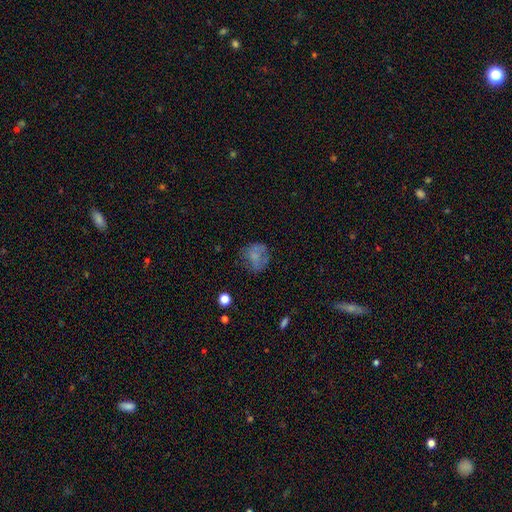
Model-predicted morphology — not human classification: A smooth galaxy with no disk features (61%) that is round (73%).

Vote fractions:
- Smooth or featured? smooth: 61% / featured or disk: 26% / star or artifact: 13%
- How rounded? round: 73% / in between: 26% / cigar-shaped: 1%
- Merging? none: 55% / minor disturbance: 23% / major disturbance: 19% / merger: 3%